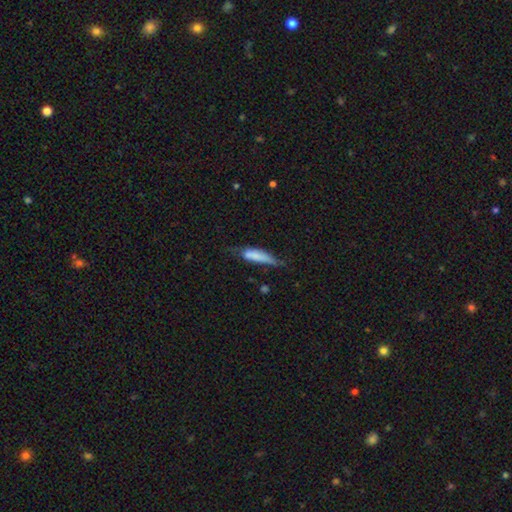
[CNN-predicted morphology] The model was most divided on "merging": minor disturbance: 38%, none: 36%, major disturbance: 21%, merger: 4%. More confident: smooth or featured — smooth (71%); how rounded — cigar-shaped (62%).